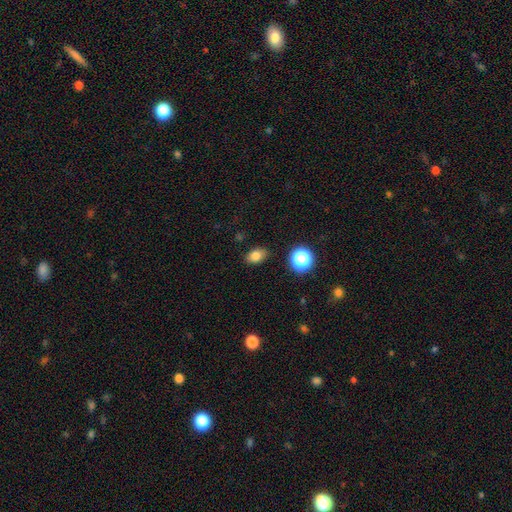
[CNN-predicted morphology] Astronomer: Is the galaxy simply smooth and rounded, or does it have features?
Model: smooth — 81%.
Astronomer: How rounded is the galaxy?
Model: in between — 78%.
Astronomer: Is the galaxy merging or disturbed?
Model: none — 85%.